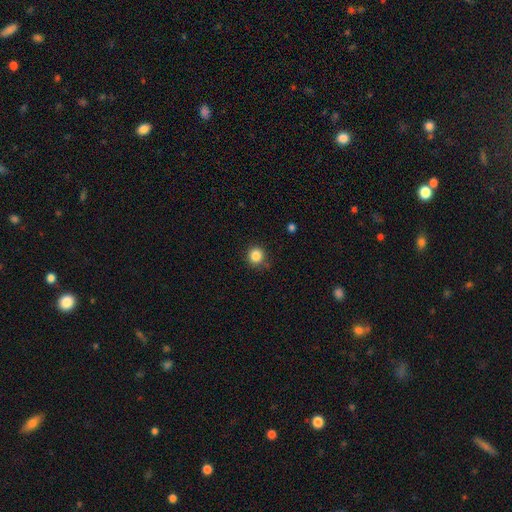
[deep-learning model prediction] Smooth or featured? Predicted: smooth (p=0.85). How rounded? Predicted: round (p=0.92). Merging? Predicted: none (p=0.84).